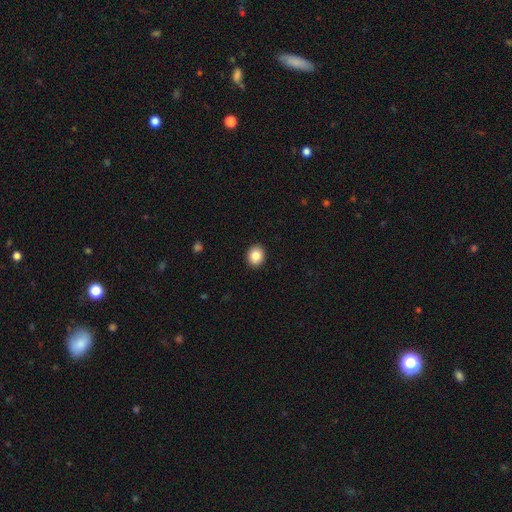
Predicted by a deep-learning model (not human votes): The model was most divided on "how rounded": round: 64%, in between: 35%, cigar-shaped: 1%. More confident: merging — none (92%); smooth or featured — smooth (85%).